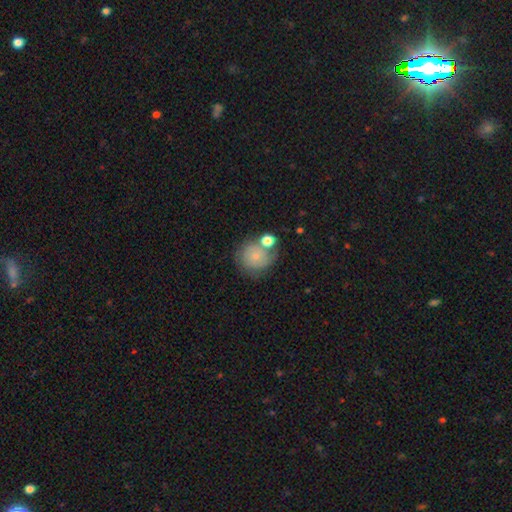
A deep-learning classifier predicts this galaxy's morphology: smooth_or_featured: smooth (p=0.66) [alt: featured or disk p=0.25]
how_rounded: round (p=0.85) [alt: in between p=0.14]
merging: none (p=0.52) [alt: merger p=0.22]